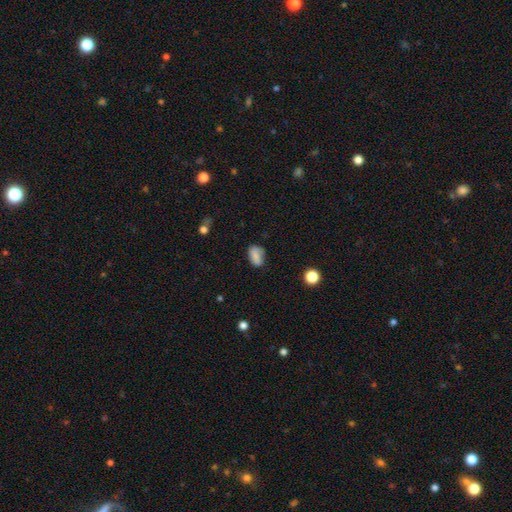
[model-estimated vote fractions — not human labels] smooth_or_featured: smooth (p=0.80) [alt: featured or disk p=0.11]
how_rounded: in between (p=0.86) [alt: round p=0.12]
merging: none (p=0.65) [alt: minor disturbance p=0.26]